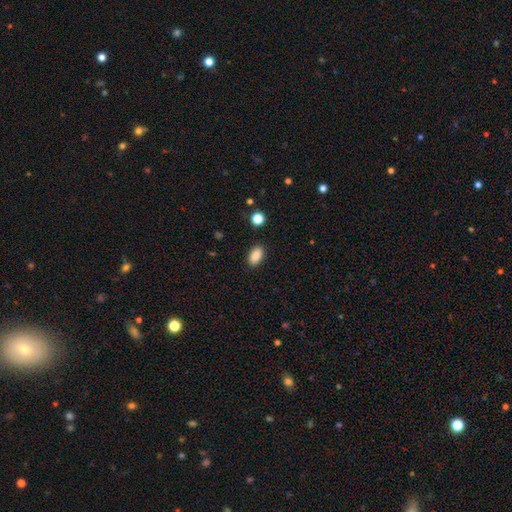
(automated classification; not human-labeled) A smooth galaxy with no disk features (88%) that is in between round and cigar-shaped (91%).

Vote fractions:
- Smooth or featured? smooth: 88% / star or artifact: 8% / featured or disk: 4%
- How rounded? in between: 91% / round: 7% / cigar-shaped: 2%
- Merging? none: 88% / minor disturbance: 8% / major disturbance: 2% / merger: 1%